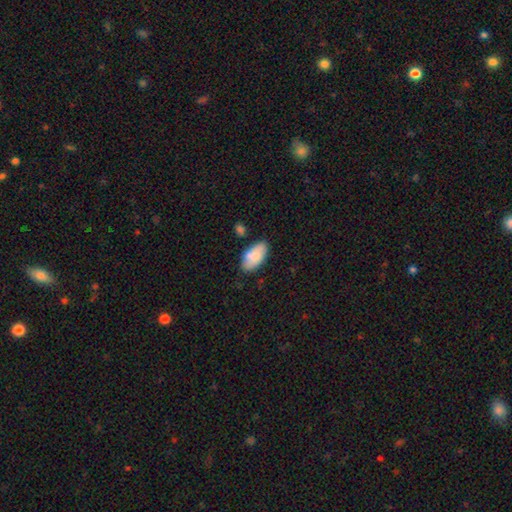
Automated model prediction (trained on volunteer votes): Q: Smooth or featured?
A: smooth (79%); runner-up: featured or disk (14%)
Q: How rounded?
A: in between (94%); runner-up: cigar-shaped (3%)
Q: Merging?
A: none (70%); runner-up: minor disturbance (18%)